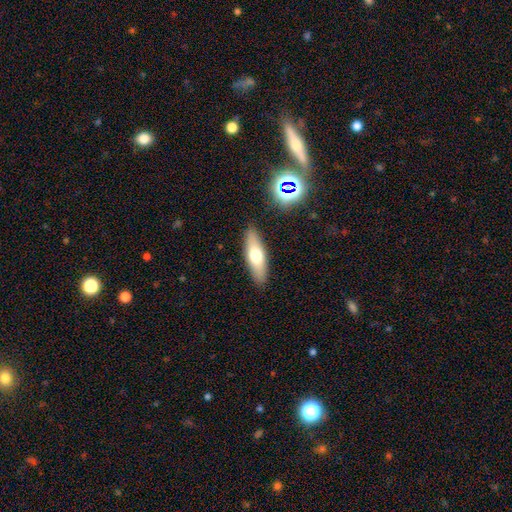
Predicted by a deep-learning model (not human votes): A smooth galaxy with no disk features (62%) that is in between round and cigar-shaped (51%). Merging: none (88%).